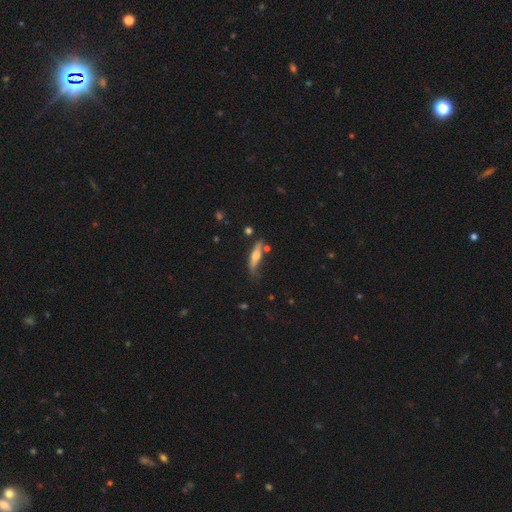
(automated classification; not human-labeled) Smooth or featured: featured or disk — 50% (smooth — 43%)
Merging: none — 65% (minor disturbance — 21%)